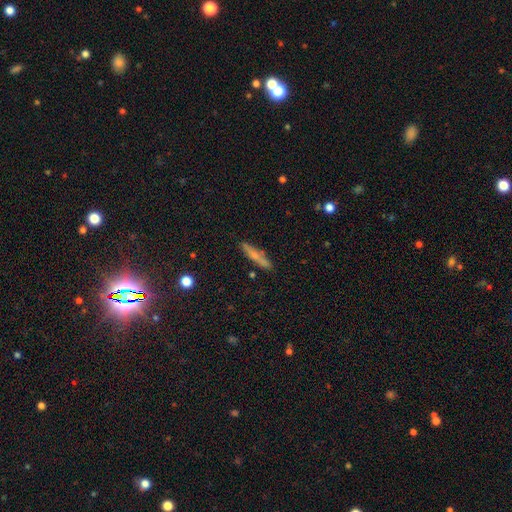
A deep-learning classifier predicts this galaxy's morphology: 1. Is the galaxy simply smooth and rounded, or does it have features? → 60% smooth, 32% featured or disk, 8% star or artifact.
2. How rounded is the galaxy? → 88% cigar-shaped, 9% in between, 2% round.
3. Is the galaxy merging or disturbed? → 83% none, 11% minor disturbance, 3% merger, 2% major disturbance.